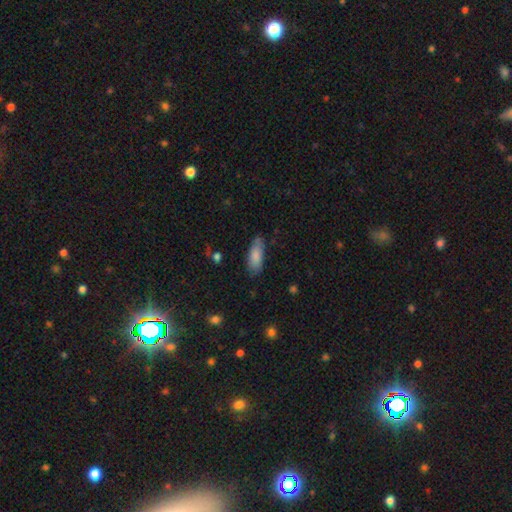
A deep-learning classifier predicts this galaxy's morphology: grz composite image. It shows a smooth galaxy with no disk features (84%) that is in between round and cigar-shaped (73%). Merging: none (74%).